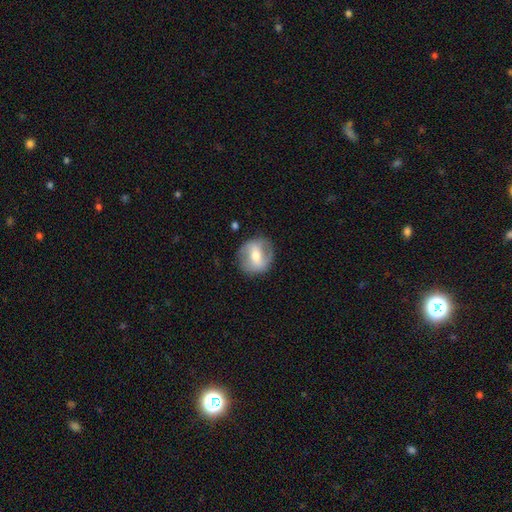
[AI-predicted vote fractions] Q: Smooth or featured?
A: featured or disk (59%); runner-up: smooth (34%)
Q: Edge-on disk?
A: no (94%); runner-up: yes (6%)
Q: Bar?
A: strong (39%); tied with: weak (39%)
Q: Spiral arms?
A: yes (65%); runner-up: no (35%)
Q: Bulge size?
A: moderate (66%); runner-up: small (25%)
Q: Merging?
A: none (81%); runner-up: minor disturbance (13%)